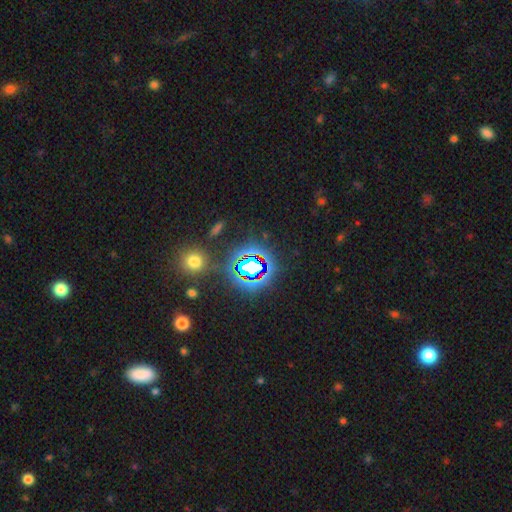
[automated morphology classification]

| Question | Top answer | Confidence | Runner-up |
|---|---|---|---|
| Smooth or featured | star or artifact | 75% | smooth (17%) |